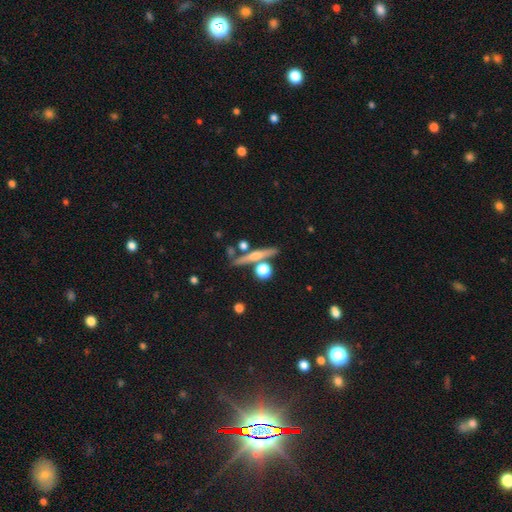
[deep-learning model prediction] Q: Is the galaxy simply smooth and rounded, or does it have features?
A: featured or disk — 56%.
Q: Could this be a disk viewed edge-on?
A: yes — 94%.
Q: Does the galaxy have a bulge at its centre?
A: rounded — 77%.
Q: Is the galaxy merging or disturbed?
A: none — 77%.